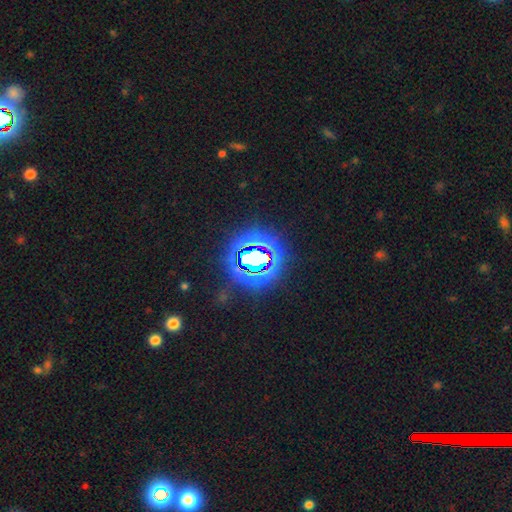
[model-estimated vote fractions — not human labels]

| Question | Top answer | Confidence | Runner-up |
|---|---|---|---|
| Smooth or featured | star or artifact | 74% | smooth (16%) |